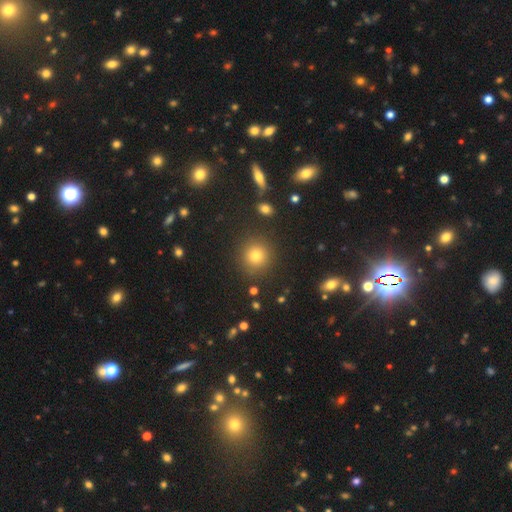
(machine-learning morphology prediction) smooth 72%, star or artifact 20%, featured or disk 8%. Down the decision tree: how rounded — round (92%); merging — none (89%).